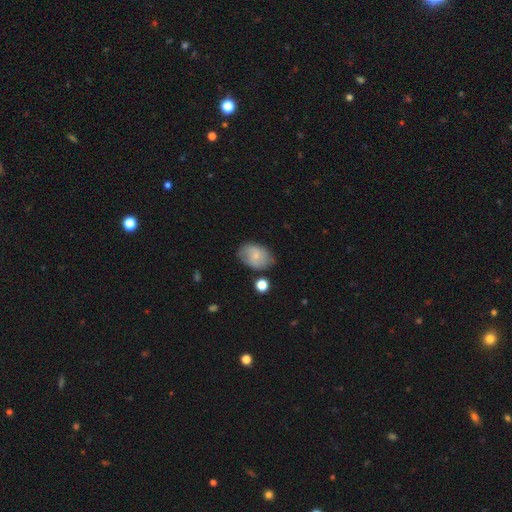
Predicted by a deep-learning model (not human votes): This appears to be a smooth galaxy with no disk features (65%) that is in between round and cigar-shaped (77%). Merging: none (67%).